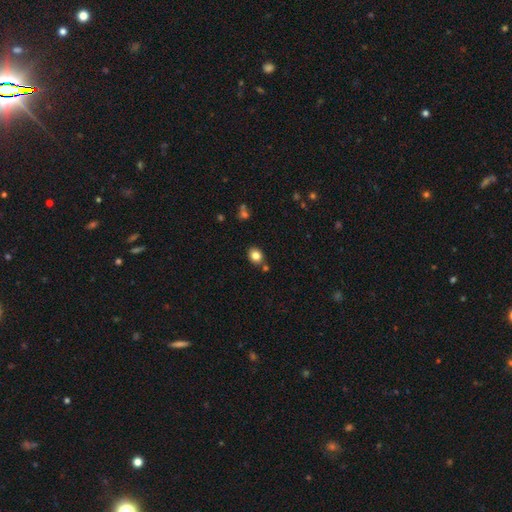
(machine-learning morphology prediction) A smooth galaxy with no disk features (82%) that is round (55%). Merging: none (80%).